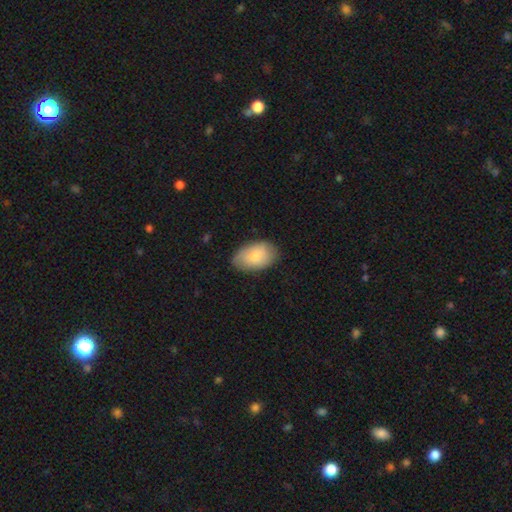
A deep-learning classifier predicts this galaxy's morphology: Smooth or featured?
  - smooth: 79% *
  - featured or disk: 15%
  - star or artifact: 6%
How rounded?
  - in between: 91% *
  - round: 8%
  - cigar-shaped: 1%
Merging?
  - none: 80% *
  - minor disturbance: 16%
  - major disturbance: 3%
  - merger: 1%